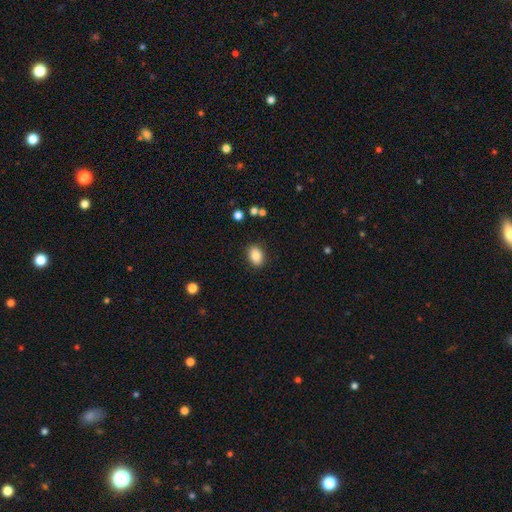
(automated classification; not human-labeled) smooth-or-featured: smooth: 85% | star or artifact: 8% | featured or disk: 7%
  how-rounded: in between: 77% | round: 22% | cigar-shaped: 1%
  merging: none: 88% | minor disturbance: 8% | major disturbance: 2% | merger: 1%